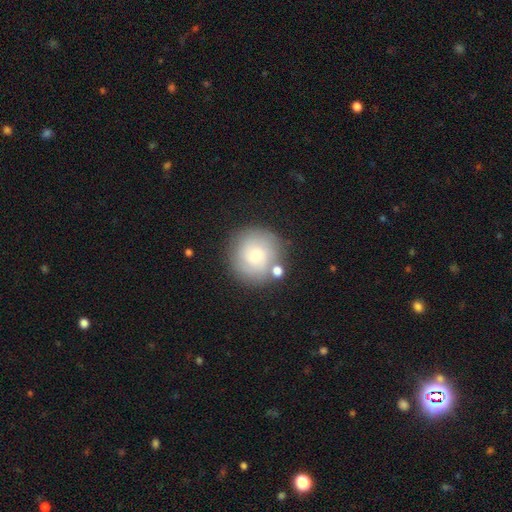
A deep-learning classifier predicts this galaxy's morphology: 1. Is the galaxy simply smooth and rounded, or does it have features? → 59% smooth, 32% featured or disk, 10% star or artifact.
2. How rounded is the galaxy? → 94% round, 5% in between, 1% cigar-shaped.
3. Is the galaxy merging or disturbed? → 76% none, 12% minor disturbance, 8% merger, 4% major disturbance.